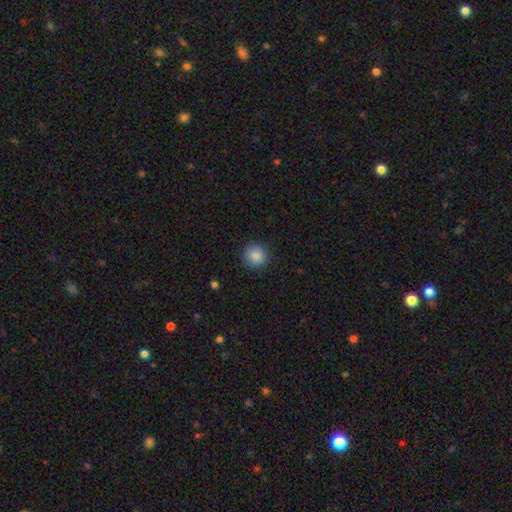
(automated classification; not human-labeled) smooth-or-featured: smooth: 86% | star or artifact: 9% | featured or disk: 4%
  how-rounded: round: 94% | in between: 5% | cigar-shaped: 1%
  merging: none: 90% | minor disturbance: 7% | major disturbance: 2% | merger: 1%